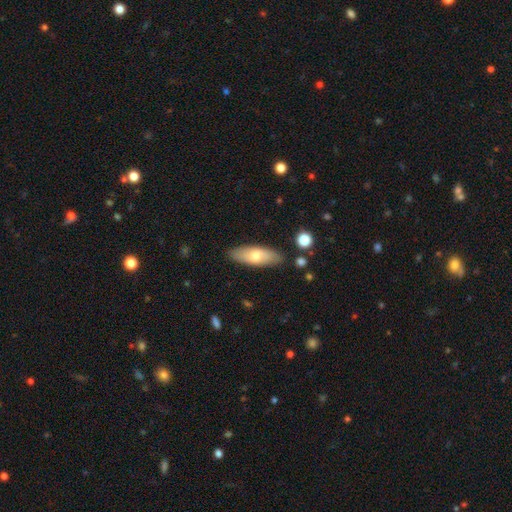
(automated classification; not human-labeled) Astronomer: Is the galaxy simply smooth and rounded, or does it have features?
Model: smooth — 67%.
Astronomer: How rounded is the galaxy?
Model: in between — 68%.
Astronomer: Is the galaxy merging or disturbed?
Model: none — 85%.